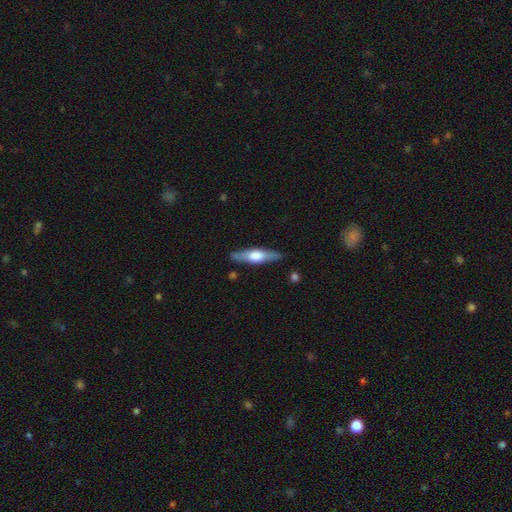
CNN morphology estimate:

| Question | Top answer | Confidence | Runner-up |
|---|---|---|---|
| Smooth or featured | featured or disk | 61% | smooth (34%) |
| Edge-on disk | yes | 94% | no (6%) |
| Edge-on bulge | rounded | 87% | boxy (10%) |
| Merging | none | 87% | minor disturbance (9%) |